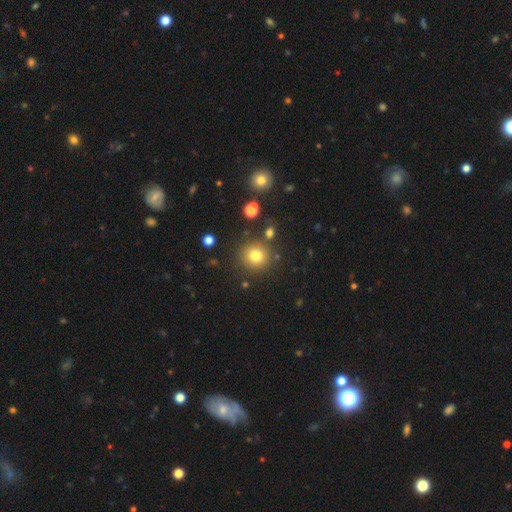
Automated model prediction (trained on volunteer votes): Morphology: type=smooth (78%); roundness=round (92%); merging=none (85%).